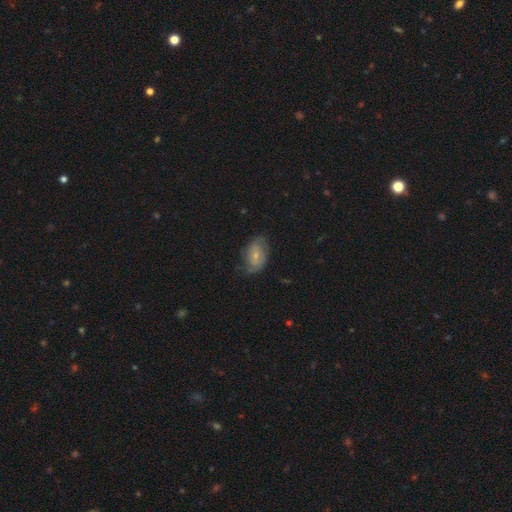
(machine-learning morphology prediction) Smooth or featured: featured or disk — 63% (smooth — 30%)
Edge-on disk: no — 96% (yes — 4%)
Bar: no — 62% (weak — 33%)
Spiral arms: yes — 87% (no — 13%)
Spiral winding: medium — 40% (tight — 39%)
Spiral arm count: 2 — 58% (can't tell — 25%)
Bulge size: small — 58% (moderate — 35%)
Merging: none — 62% (minor disturbance — 25%)